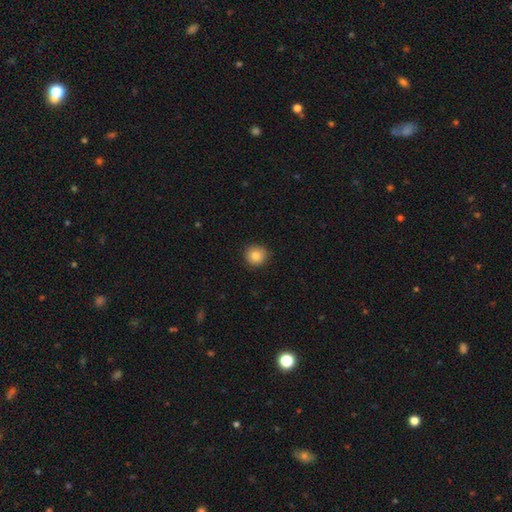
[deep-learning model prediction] Overall: smooth (84%). How rounded: round (92%). Merging: none (90%).